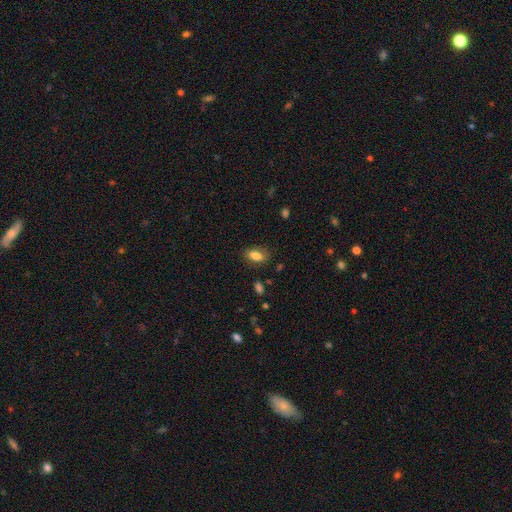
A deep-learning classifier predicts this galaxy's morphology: smooth-or-featured: smooth: 81% | featured or disk: 11% | star or artifact: 8%
  how-rounded: in between: 88% | round: 8% | cigar-shaped: 4%
  merging: none: 79% | minor disturbance: 16% | major disturbance: 4% | merger: 2%